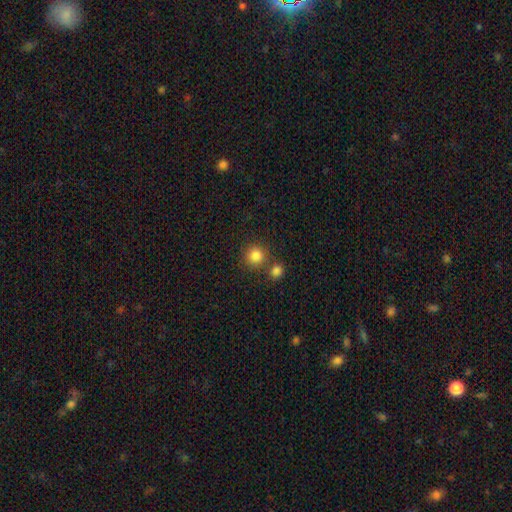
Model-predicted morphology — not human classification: smooth 84%, star or artifact 12%, featured or disk 5%. Down the decision tree: how rounded — round (90%); merging — none (71%).